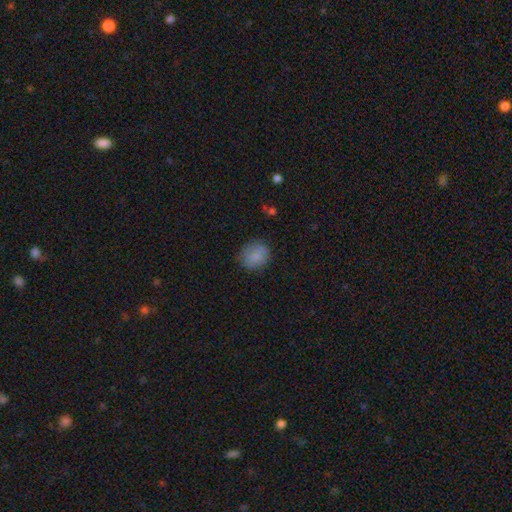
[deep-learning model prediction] Q: Smooth or featured?
A: smooth (82%); runner-up: featured or disk (9%)
Q: How rounded?
A: round (74%); runner-up: in between (25%)
Q: Merging?
A: none (76%); runner-up: minor disturbance (18%)